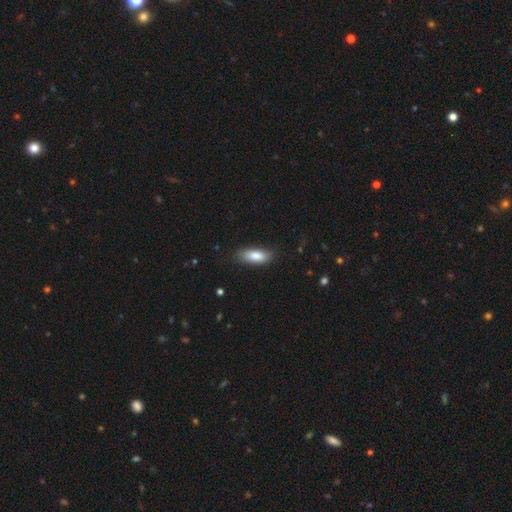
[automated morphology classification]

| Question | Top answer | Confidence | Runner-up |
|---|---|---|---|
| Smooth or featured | smooth | 83% | featured or disk (11%) |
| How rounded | in between | 75% | cigar-shaped (23%) |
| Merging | none | 79% | minor disturbance (16%) |